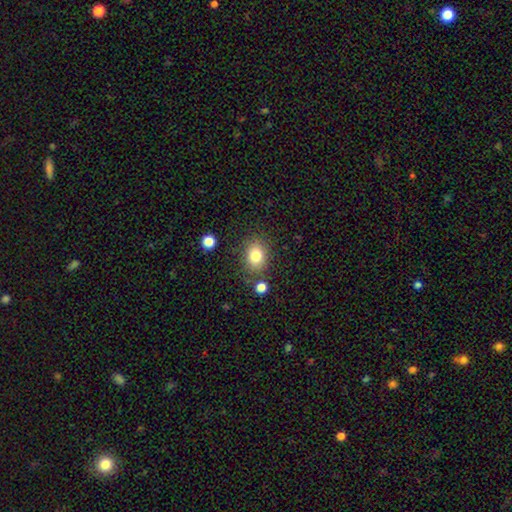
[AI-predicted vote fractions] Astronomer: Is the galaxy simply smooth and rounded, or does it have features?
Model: smooth — 80%.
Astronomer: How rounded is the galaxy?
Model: in between — 55% (runner-up: round, 44%).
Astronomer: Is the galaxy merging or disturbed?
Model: none — 79%.